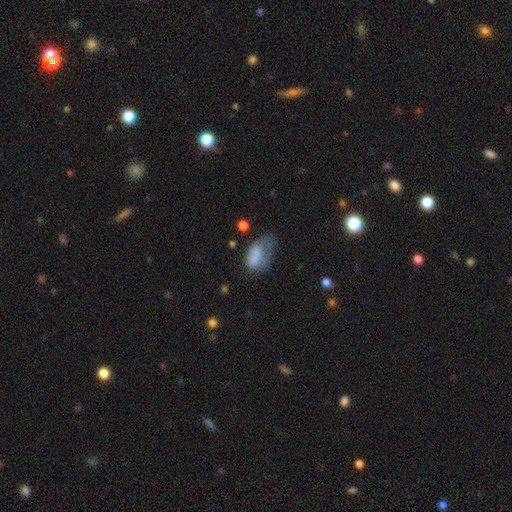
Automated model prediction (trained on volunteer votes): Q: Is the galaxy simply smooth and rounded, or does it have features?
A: smooth — 73%.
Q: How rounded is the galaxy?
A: in between — 91%.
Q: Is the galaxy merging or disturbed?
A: major disturbance — 42%.